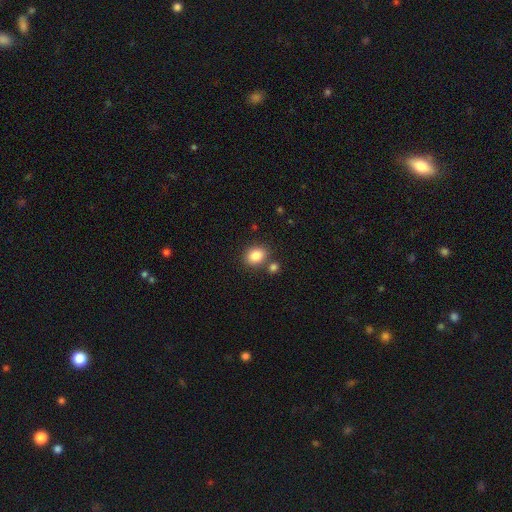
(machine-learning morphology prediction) type=smooth (84%); roundness=round (54%); merging=none (74%).